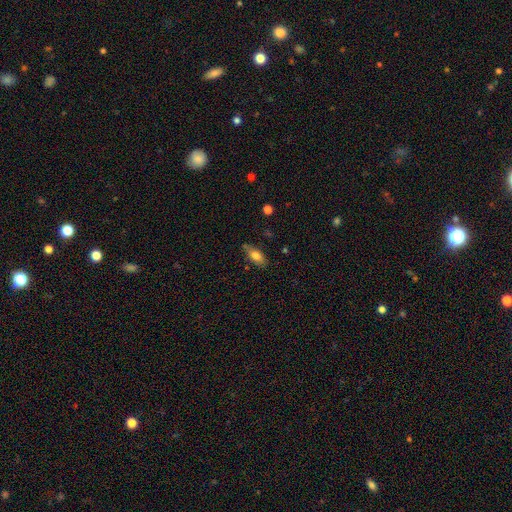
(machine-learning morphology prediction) Smooth or featured? smooth (75%)
How rounded? in between (82%)
Merging? none (69%)